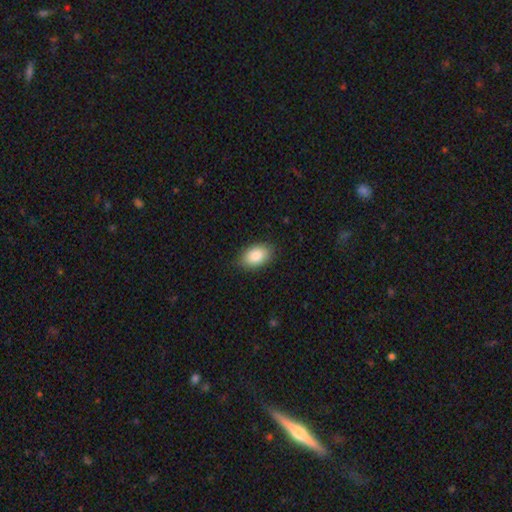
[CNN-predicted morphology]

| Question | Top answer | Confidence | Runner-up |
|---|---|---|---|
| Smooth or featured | smooth | 85% | featured or disk (8%) |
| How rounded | in between | 90% | round (9%) |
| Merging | none | 85% | minor disturbance (12%) |